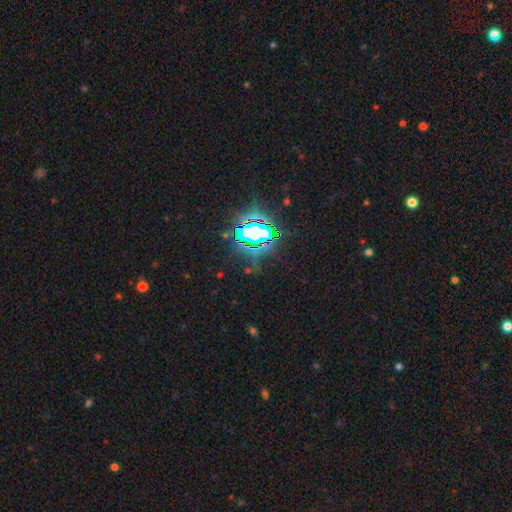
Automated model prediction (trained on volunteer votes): This appears to be a star or artifact, not a galaxy (84%).